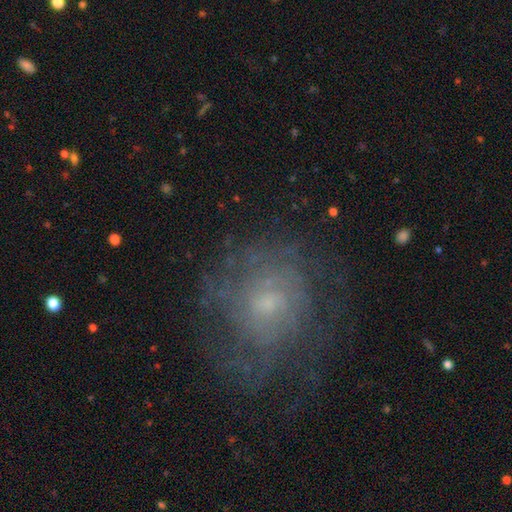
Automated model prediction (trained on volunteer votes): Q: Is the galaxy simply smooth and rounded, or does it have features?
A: featured or disk — 54%.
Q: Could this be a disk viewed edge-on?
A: no — 97%.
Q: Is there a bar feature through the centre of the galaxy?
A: no — 77%.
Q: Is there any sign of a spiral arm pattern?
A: yes — 62%.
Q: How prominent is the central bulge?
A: small — 60%.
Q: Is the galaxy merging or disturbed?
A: none — 68%.